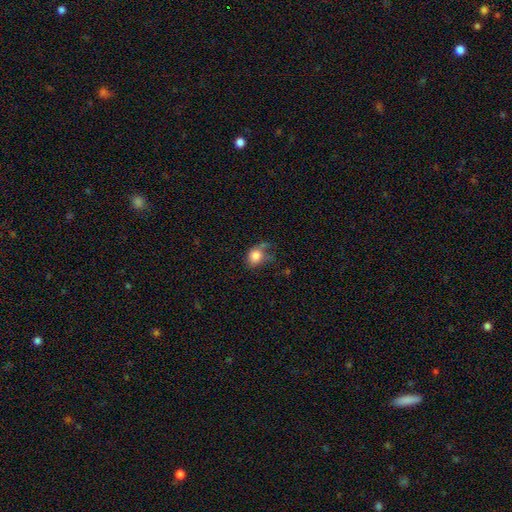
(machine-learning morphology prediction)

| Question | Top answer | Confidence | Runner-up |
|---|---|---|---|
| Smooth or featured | smooth | 81% | featured or disk (10%) |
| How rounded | round | 52% | in between (47%) |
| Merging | none | 42% | minor disturbance (32%) |